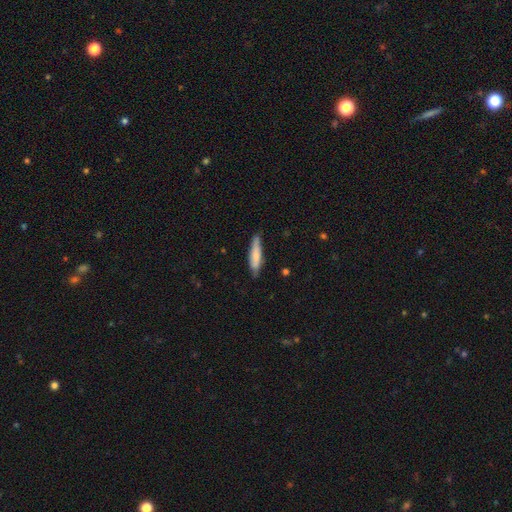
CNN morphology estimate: This appears to be a smooth galaxy with no disk features (73%) that is cigar-shaped (79%). Merging: none (77%).